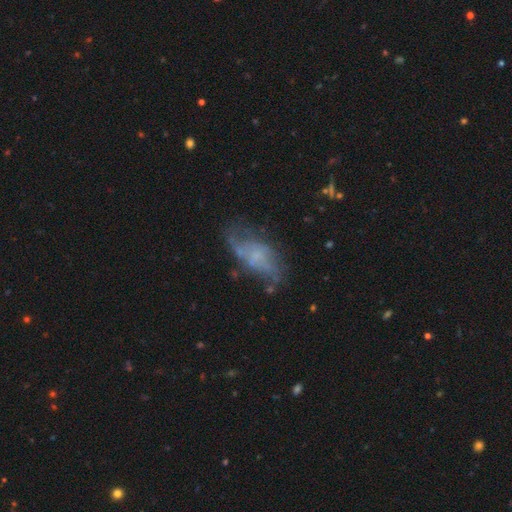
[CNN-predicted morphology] This appears to be a featured or disk galaxy (55%). Merging: none (50%).